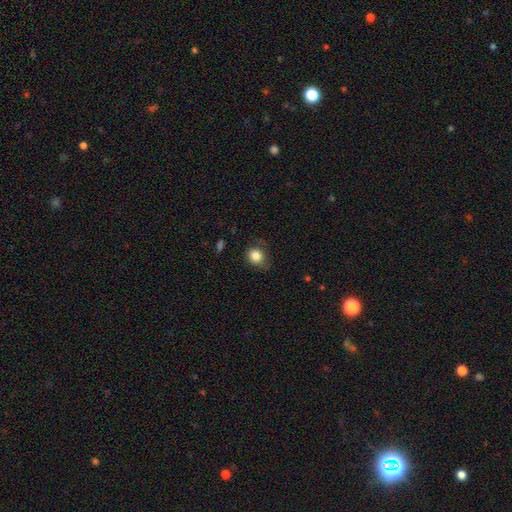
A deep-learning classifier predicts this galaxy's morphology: Overall: smooth (83%). How rounded: round (60%; in between 39%). Merging: none (68%).